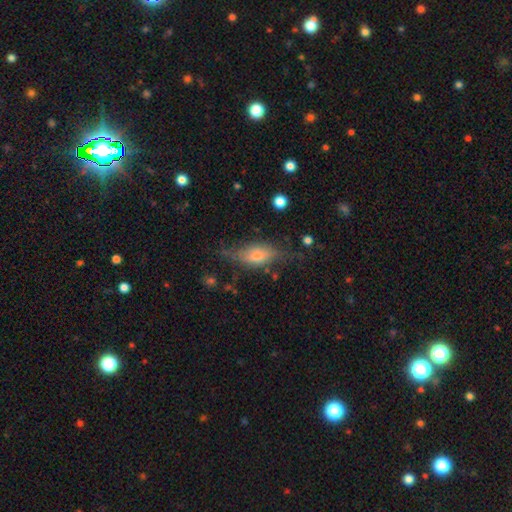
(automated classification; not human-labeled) Overall: smooth (52%; featured or disk 38%). How rounded: in between (71%). Merging: none (58%; minor disturbance 26%).